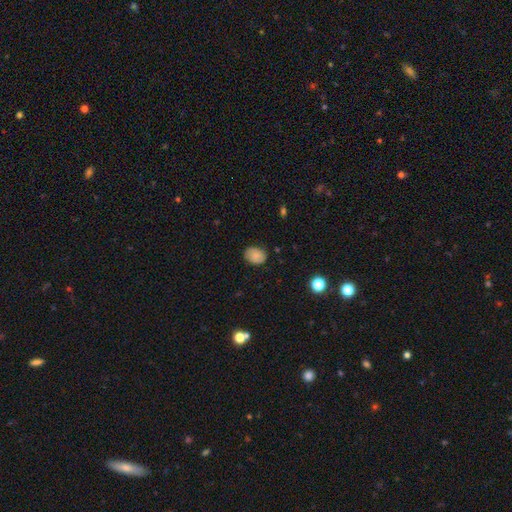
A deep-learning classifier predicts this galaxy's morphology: smooth_or_featured: smooth (p=0.76) [alt: featured or disk p=0.15]
how_rounded: in between (p=0.67) [alt: round p=0.32]
merging: none (p=0.78) [alt: minor disturbance p=0.18]